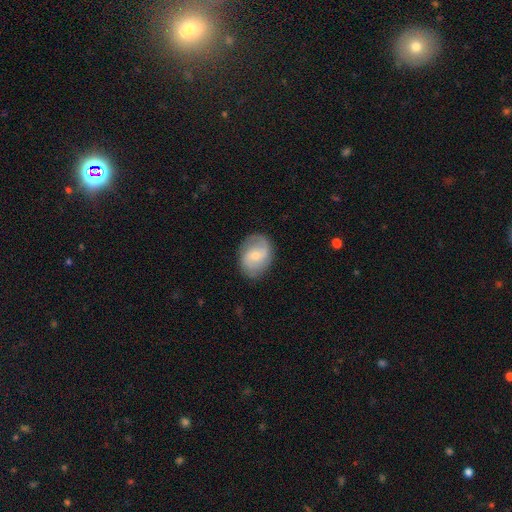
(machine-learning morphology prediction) Smooth or featured: featured or disk — 63% (smooth — 30%)
Edge-on disk: no — 97% (yes — 3%)
Bar: no — 49% (weak — 42%)
Spiral arms: yes — 88% (no — 12%)
Spiral winding: medium — 43% (loose — 34%)
Spiral arm count: 2 — 81% (can't tell — 9%)
Bulge size: small — 48% (moderate — 47%)
Merging: none — 81% (minor disturbance — 14%)